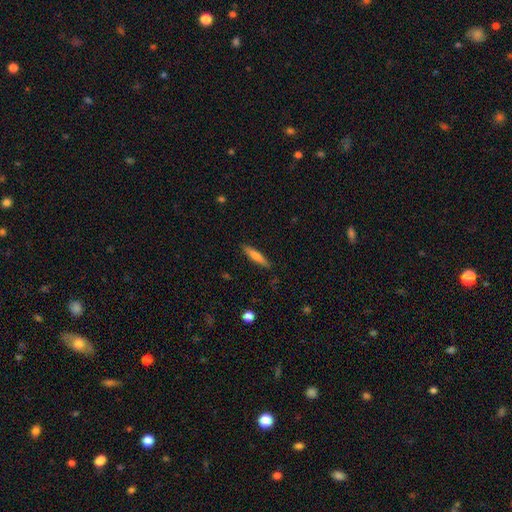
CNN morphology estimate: smooth 68%, featured or disk 26%, star or artifact 6%. Down the decision tree: how rounded — cigar-shaped (87%); merging — none (87%).